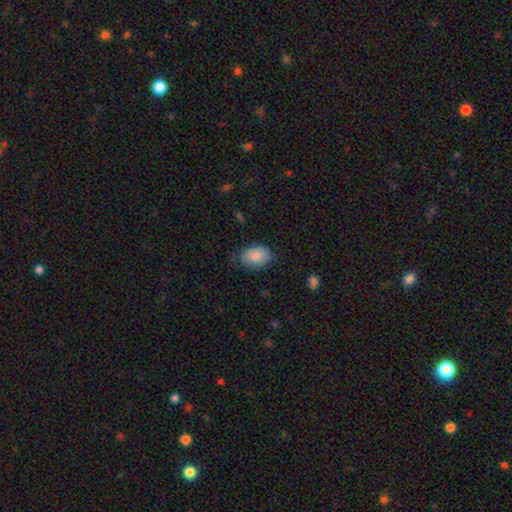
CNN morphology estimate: smooth_or_featured: smooth (p=0.87) [alt: featured or disk p=0.07]
how_rounded: in between (p=0.81) [alt: round p=0.18]
merging: none (p=0.70) [alt: minor disturbance p=0.23]